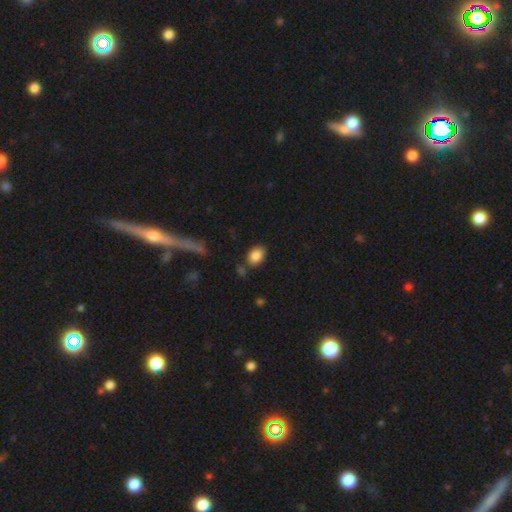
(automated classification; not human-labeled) The model was most divided on "how rounded": in between: 75%, round: 24%, cigar-shaped: 1%. More confident: smooth or featured — smooth (86%); merging — none (76%).